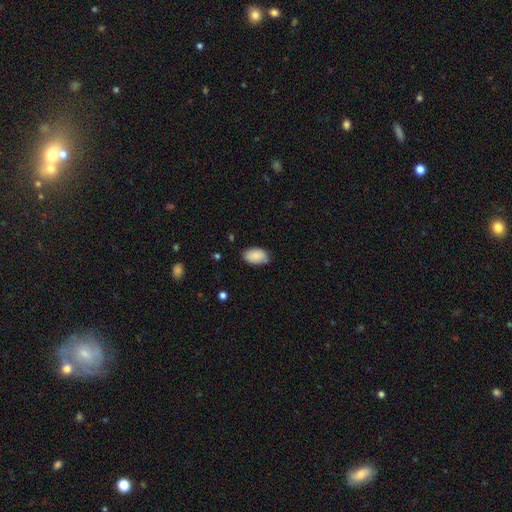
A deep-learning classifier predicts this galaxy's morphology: smooth_or_featured: smooth (p=0.88) [alt: star or artifact p=0.07]
how_rounded: in between (p=0.93) [alt: round p=0.06]
merging: none (p=0.76) [alt: minor disturbance p=0.19]